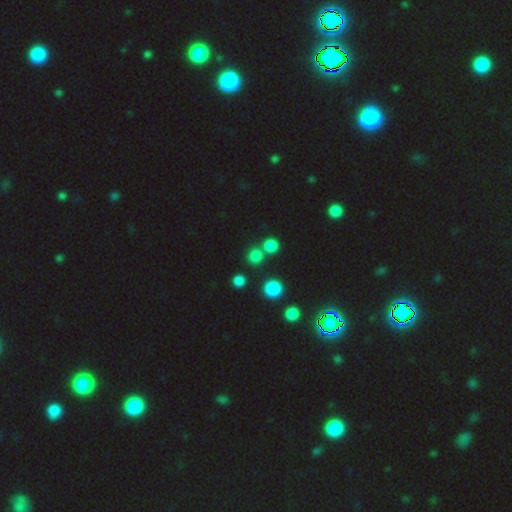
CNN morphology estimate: Smooth or featured? smooth (75%)
How rounded? round (89%)
Merging? none (69%)